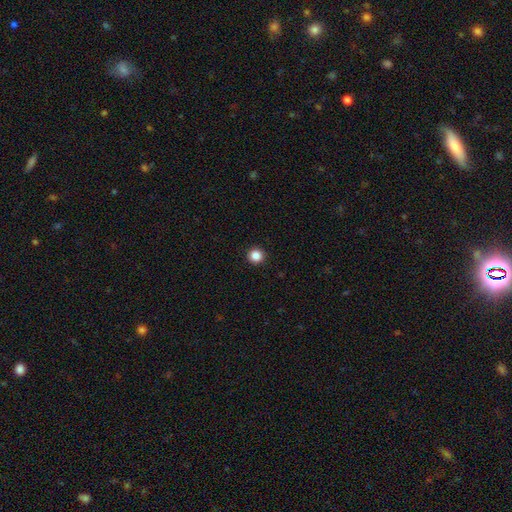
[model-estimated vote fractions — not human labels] Smooth or featured? Predicted: smooth (p=0.86). How rounded? Predicted: round (p=0.96). Merging? Predicted: none (p=0.94).